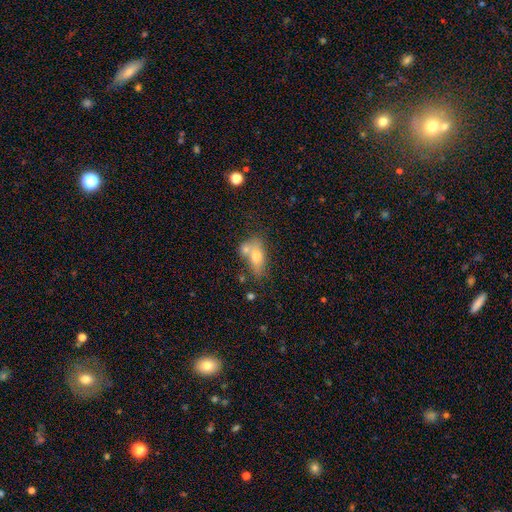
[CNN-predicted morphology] A smooth galaxy with no disk features (69%) that is in between round and cigar-shaped (80%).

Vote fractions:
- Smooth or featured? smooth: 69% / featured or disk: 22% / star or artifact: 9%
- How rounded? in between: 80% / round: 13% / cigar-shaped: 7%
- Merging? merger: 46% / none: 32% / minor disturbance: 14% / major disturbance: 8%